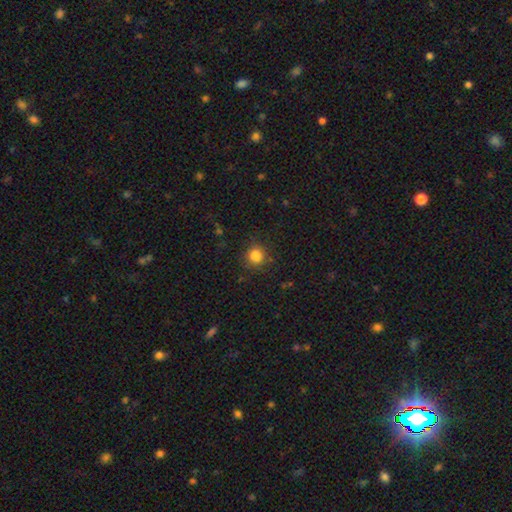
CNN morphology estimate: Overall: smooth (83%). How rounded: round (85%). Merging: none (82%).